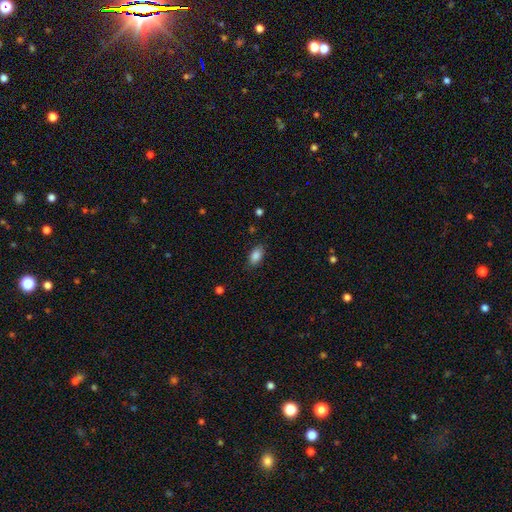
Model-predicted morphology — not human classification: type=smooth (87%); roundness=in between (91%); merging=none (84%).